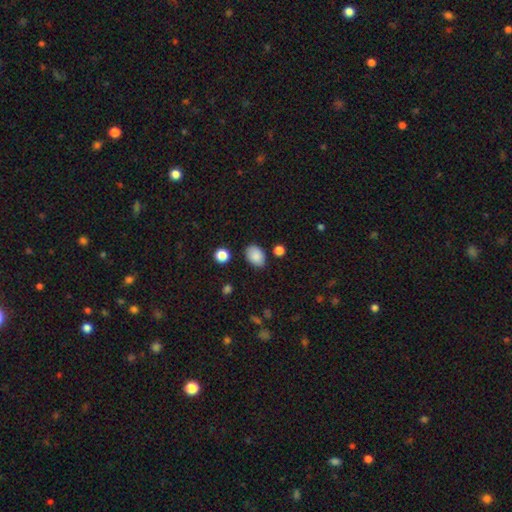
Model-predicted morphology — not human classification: Smooth or featured?
  - smooth: 87% *
  - star or artifact: 8%
  - featured or disk: 5%
How rounded?
  - in between: 81% *
  - round: 18%
  - cigar-shaped: 1%
Merging?
  - none: 79% *
  - minor disturbance: 15%
  - major disturbance: 3%
  - merger: 3%